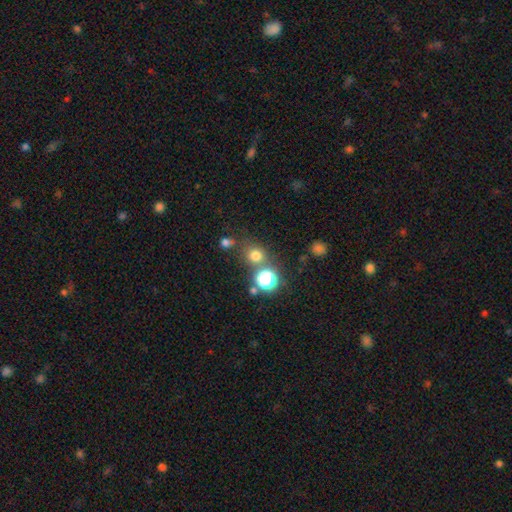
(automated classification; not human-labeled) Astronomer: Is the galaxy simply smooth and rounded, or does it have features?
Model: smooth — 70%.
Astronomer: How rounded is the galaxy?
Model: round — 85%.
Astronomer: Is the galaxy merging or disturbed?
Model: none — 72%.